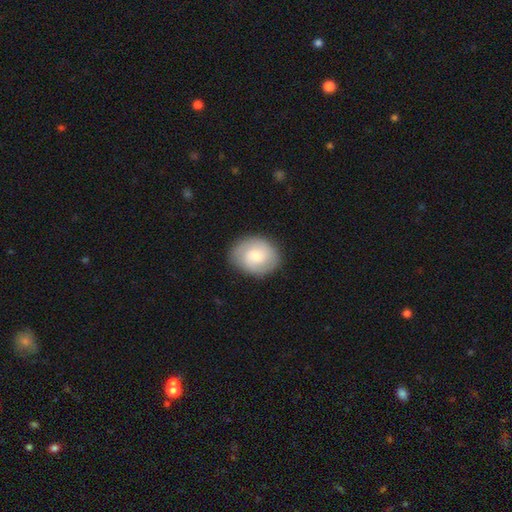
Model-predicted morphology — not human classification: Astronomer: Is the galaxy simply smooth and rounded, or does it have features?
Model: smooth — 54% (runner-up: featured or disk, 40%).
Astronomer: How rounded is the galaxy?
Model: round — 55% (runner-up: in between, 44%).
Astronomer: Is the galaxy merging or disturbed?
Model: none — 83%.